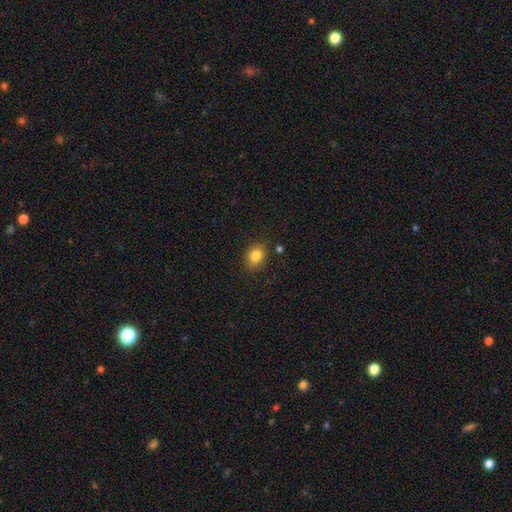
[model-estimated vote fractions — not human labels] smooth-or-featured: smooth: 83% | star or artifact: 10% | featured or disk: 7%
  how-rounded: in between: 50% | round: 49% | cigar-shaped: 1%
  merging: none: 85% | minor disturbance: 10% | major disturbance: 3% | merger: 2%